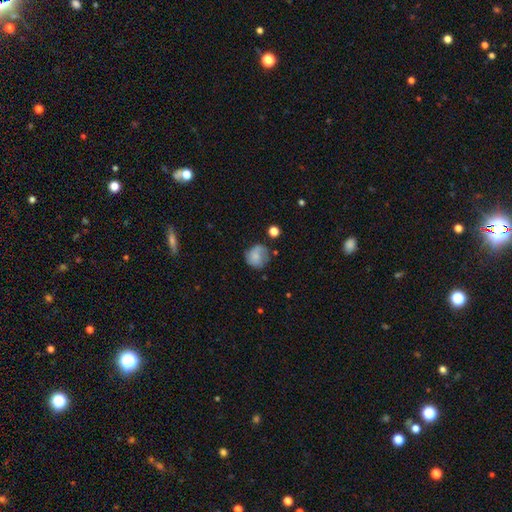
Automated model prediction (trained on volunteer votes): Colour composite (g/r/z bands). It shows a smooth galaxy with no disk features (65%) that is round (81%). Merging: none (59%).